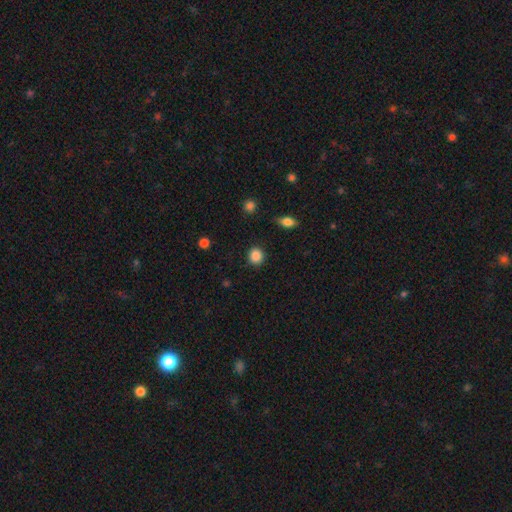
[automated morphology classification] smooth 87%, star or artifact 10%, featured or disk 3%. Down the decision tree: how rounded — round (86%); merging — none (90%).